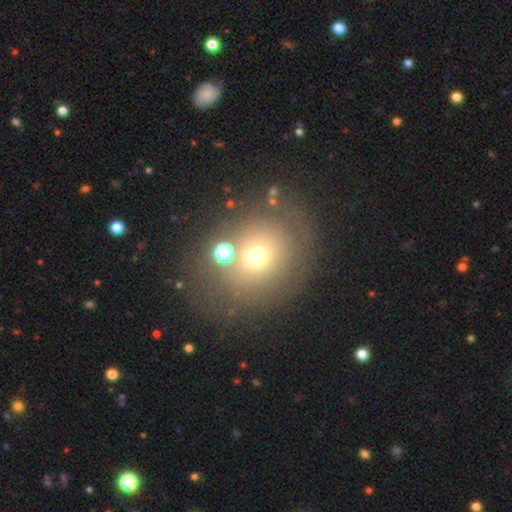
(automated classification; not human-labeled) A smooth galaxy with no disk features (63%) that is round (66%). Merging: none (71%).